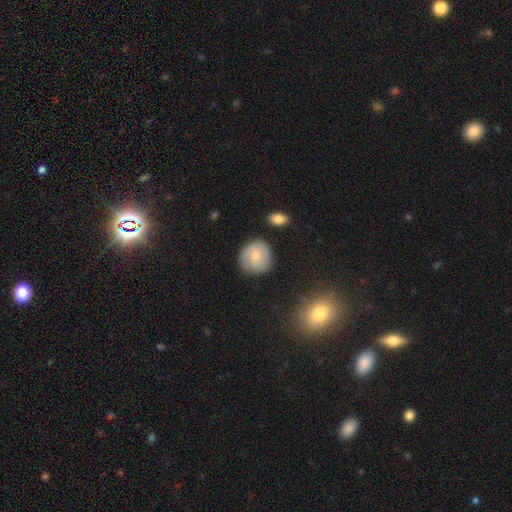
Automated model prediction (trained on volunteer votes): This appears to be a smooth galaxy with no disk features (55%) that is round (86%). Merging: none (77%).